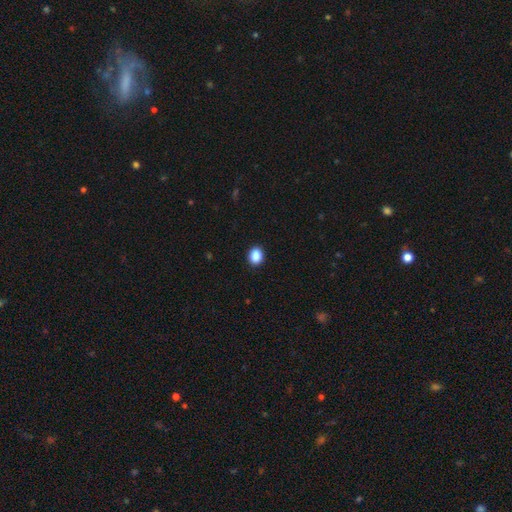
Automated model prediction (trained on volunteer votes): A smooth galaxy with no disk features (89%) that is in between round and cigar-shaped (50%). Merging: none (91%).